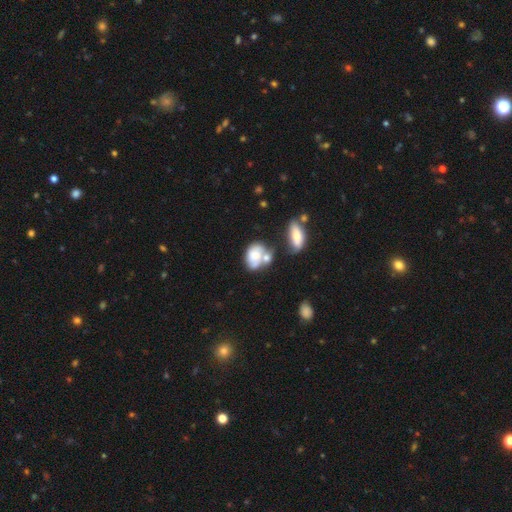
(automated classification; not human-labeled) smooth 63%, featured or disk 29%, star or artifact 8%. Down the decision tree: how rounded — in between (71%); merging — merger (46%).